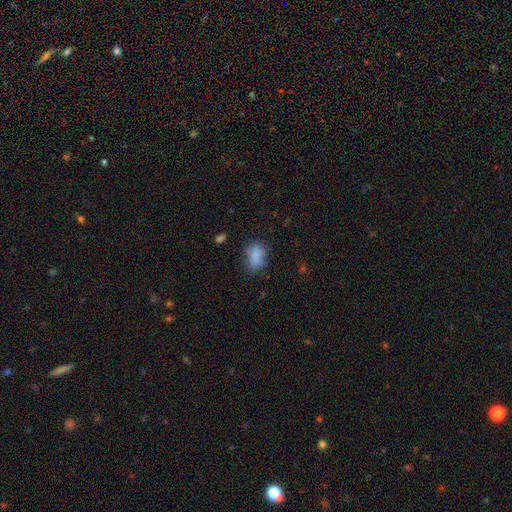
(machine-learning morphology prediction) smooth_or_featured: smooth (p=0.82) [alt: star or artifact p=0.11]
how_rounded: in between (p=0.82) [alt: round p=0.15]
merging: none (p=0.61) [alt: minor disturbance p=0.26]